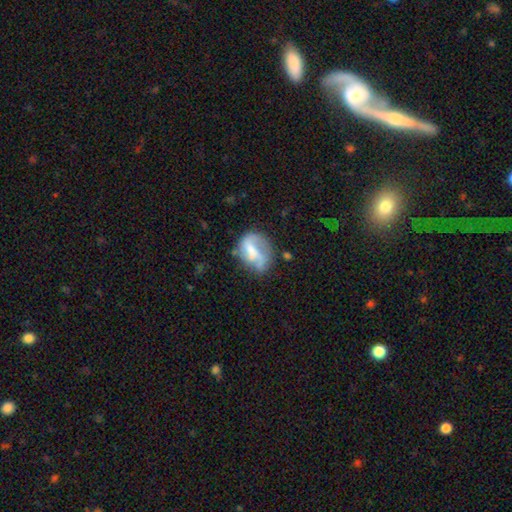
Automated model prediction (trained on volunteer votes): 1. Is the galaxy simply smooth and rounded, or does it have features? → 52% featured or disk, 40% smooth, 8% star or artifact.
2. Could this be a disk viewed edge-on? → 97% no, 3% yes.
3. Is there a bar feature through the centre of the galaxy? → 41% no, 39% weak, 20% strong.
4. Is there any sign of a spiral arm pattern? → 59% yes, 41% no.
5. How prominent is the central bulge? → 31% none (tied), 31% moderate (tied), 24% small, 12% large, 2% dominant.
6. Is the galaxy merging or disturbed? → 39% none, 29% major disturbance, 26% minor disturbance, 7% merger.